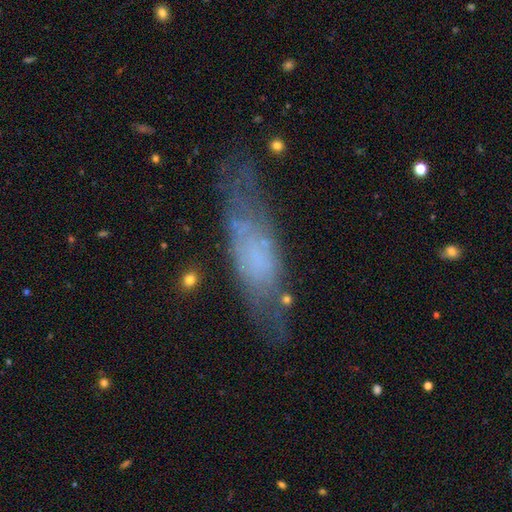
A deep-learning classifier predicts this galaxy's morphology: Smooth or featured? Predicted: featured or disk (p=0.46). Merging? Predicted: none (p=0.62).